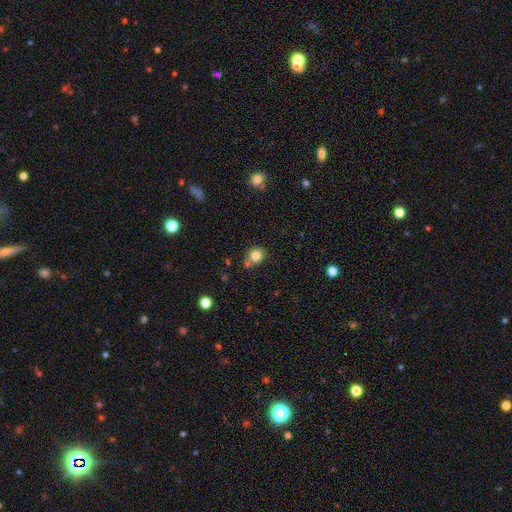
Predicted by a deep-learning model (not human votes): Smooth or featured?
  - smooth: 82% *
  - star or artifact: 12%
  - featured or disk: 6%
How rounded?
  - round: 81% *
  - in between: 18%
  - cigar-shaped: 1%
Merging?
  - none: 69% *
  - merger: 15%
  - minor disturbance: 13%
  - major disturbance: 3%